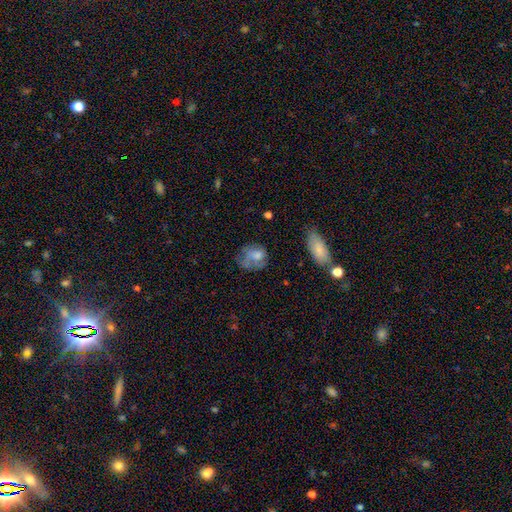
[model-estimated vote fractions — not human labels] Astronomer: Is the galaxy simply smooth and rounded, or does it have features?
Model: smooth — 62%.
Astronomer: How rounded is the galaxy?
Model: in between — 51% (runner-up: round, 48%).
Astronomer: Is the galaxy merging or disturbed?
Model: none — 41% (runner-up: minor disturbance, 28%).